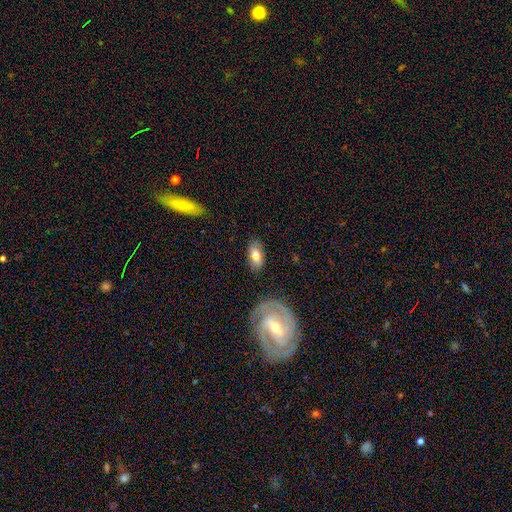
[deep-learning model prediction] This is likely a smooth galaxy (68%). How rounded: clearly in between (89%). Merging: likely none (73%).